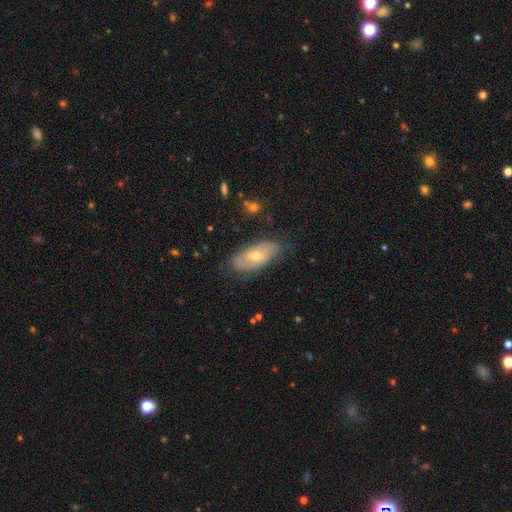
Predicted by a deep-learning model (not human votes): Smooth or featured? Predicted: featured or disk (p=0.57). Edge-on disk? Predicted: no (p=0.84). Merging? Predicted: none (p=0.73).